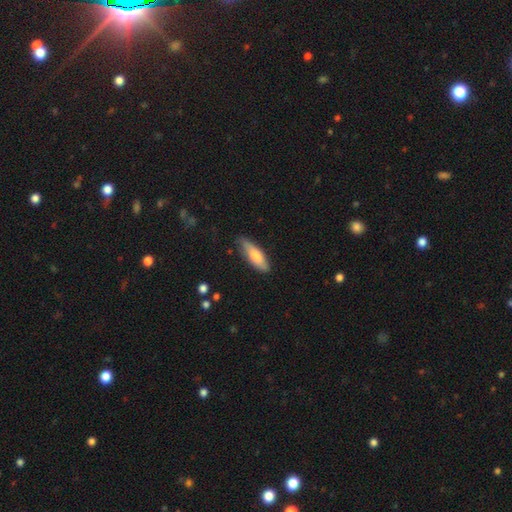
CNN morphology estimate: type=smooth (72%); roundness=in between (51%); merging=none (74%).